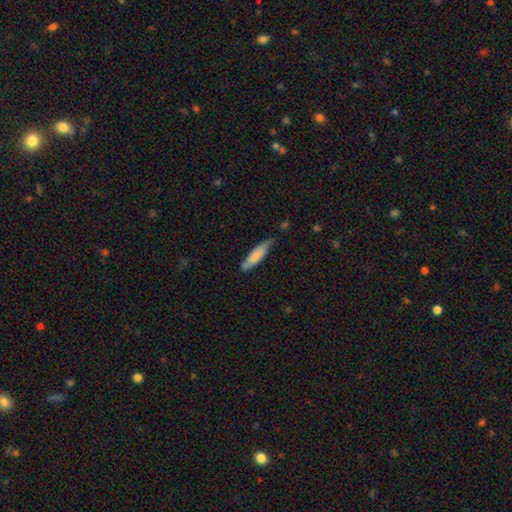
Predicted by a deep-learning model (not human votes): This appears to be a smooth galaxy with no disk features (78%) that is cigar-shaped (72%). Merging: none (66%).